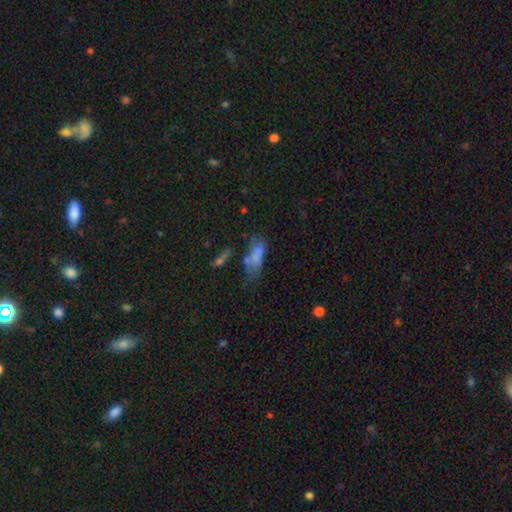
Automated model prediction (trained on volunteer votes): This is possibly a smooth galaxy (60%). How rounded: likely in between (78%). Merging: marginally none (29%).